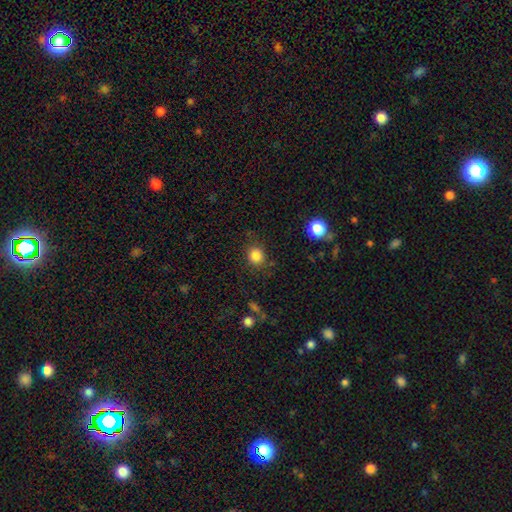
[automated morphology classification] type=smooth (84%); roundness=round (82%); merging=none (84%).